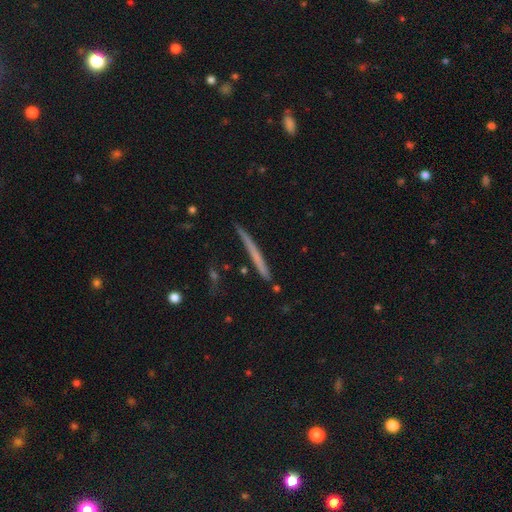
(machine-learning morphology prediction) This is possibly a smooth galaxy (48%). Merging: clearly none (89%).